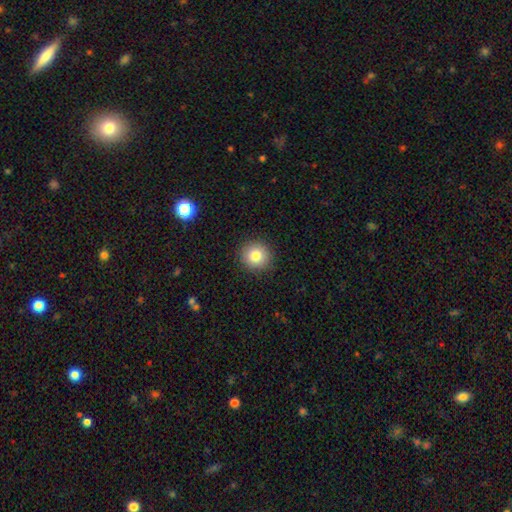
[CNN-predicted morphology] type=smooth (81%); roundness=round (93%); merging=none (92%).